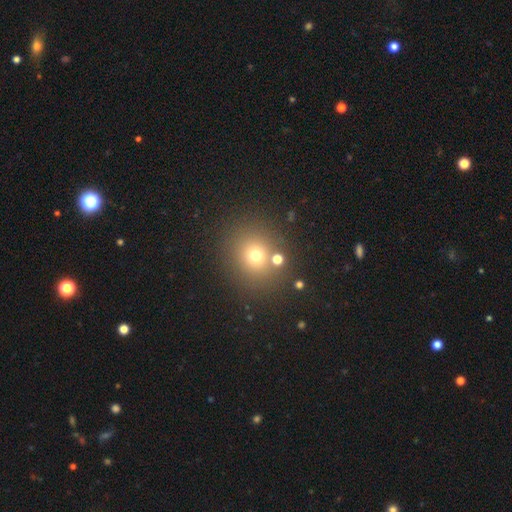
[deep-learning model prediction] Smooth or featured? Predicted: smooth (p=0.68). How rounded? Predicted: round (p=0.82). Merging? Predicted: none (p=0.78).